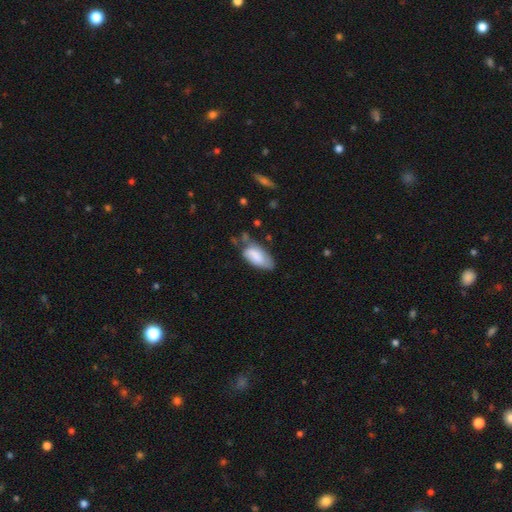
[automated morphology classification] smooth_or_featured: smooth (p=0.76) [alt: featured or disk p=0.17]
how_rounded: in between (p=0.91) [alt: cigar-shaped p=0.07]
merging: none (p=0.40) [alt: minor disturbance p=0.38]